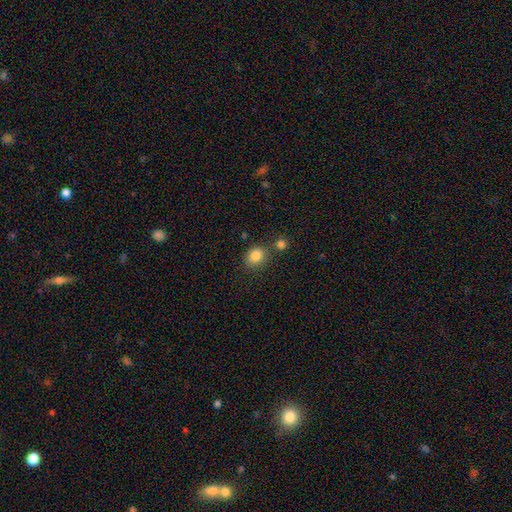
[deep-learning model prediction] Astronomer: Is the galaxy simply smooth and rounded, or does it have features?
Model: smooth — 85%.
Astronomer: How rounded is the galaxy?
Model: round — 54% (runner-up: in between, 45%).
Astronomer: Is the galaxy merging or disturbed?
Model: none — 70%.